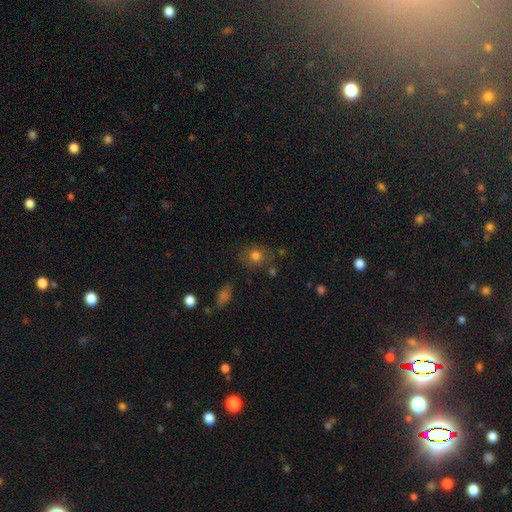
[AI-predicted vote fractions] smooth_or_featured: smooth (p=0.77) [alt: star or artifact p=0.12]
how_rounded: round (p=0.67) [alt: in between p=0.32]
merging: none (p=0.72) [alt: minor disturbance p=0.16]